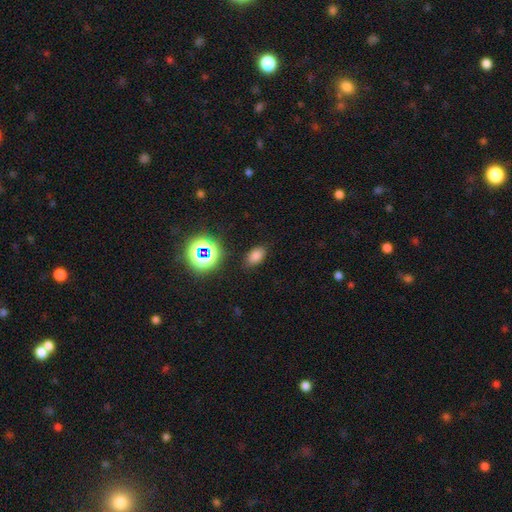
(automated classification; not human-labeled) Q: Smooth or featured?
A: smooth (73%); runner-up: star or artifact (20%)
Q: How rounded?
A: in between (84%); runner-up: round (14%)
Q: Merging?
A: none (84%); runner-up: minor disturbance (11%)